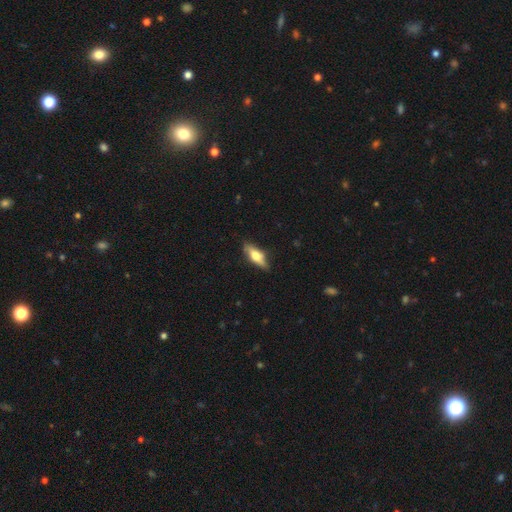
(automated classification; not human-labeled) smooth 51%, featured or disk 42%, star or artifact 6%. Down the decision tree: how rounded — in between (56%); merging — none (83%).